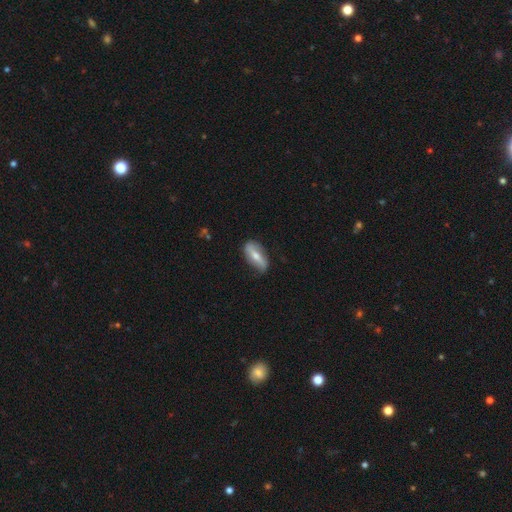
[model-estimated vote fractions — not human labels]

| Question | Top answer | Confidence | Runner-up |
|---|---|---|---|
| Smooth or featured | featured or disk | 55% | smooth (38%) |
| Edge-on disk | no | 74% | yes (26%) |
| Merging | none | 73% | minor disturbance (21%) |